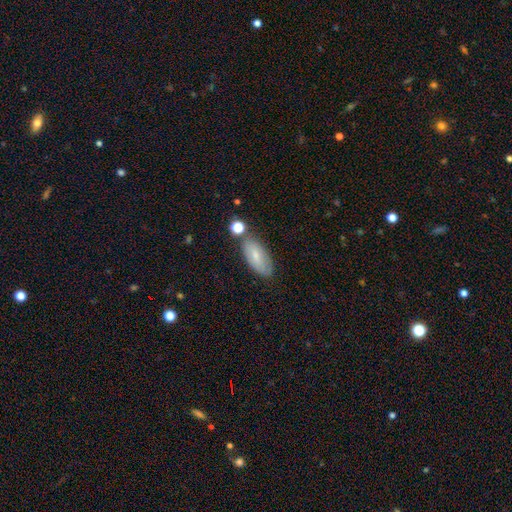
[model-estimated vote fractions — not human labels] Q: Smooth or featured?
A: smooth (70%); runner-up: featured or disk (23%)
Q: How rounded?
A: in between (86%); runner-up: cigar-shaped (11%)
Q: Merging?
A: none (68%); runner-up: minor disturbance (18%)